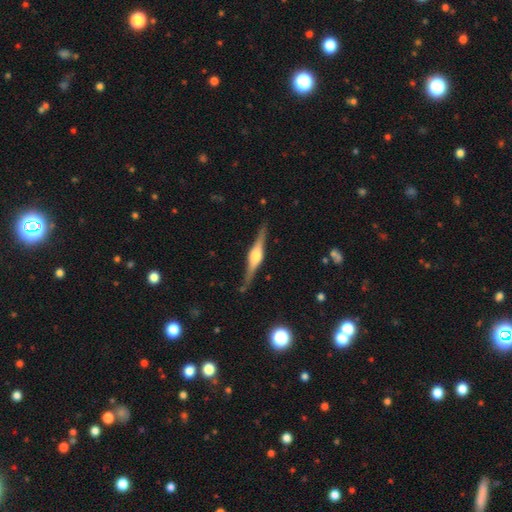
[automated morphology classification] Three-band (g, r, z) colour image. It shows a featured or disk galaxy (82%) viewed edge-on (98%) with a rounded central bulge (87%). Merging: none (88%).